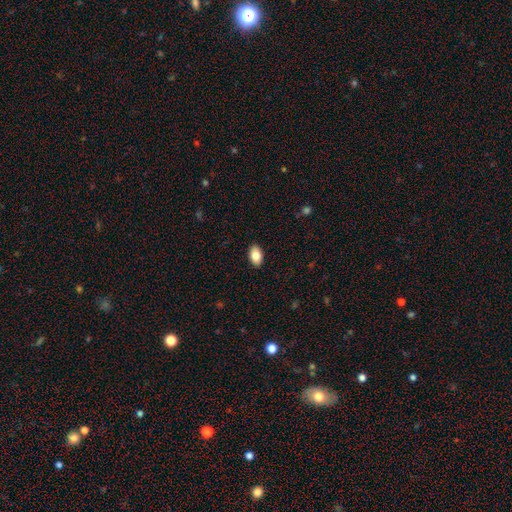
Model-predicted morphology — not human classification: type=smooth (84%); roundness=in between (92%); merging=none (89%).